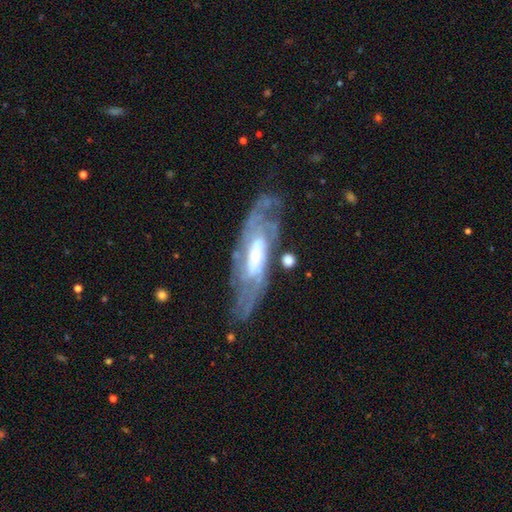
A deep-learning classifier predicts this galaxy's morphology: Smooth or featured: featured or disk — 83% (smooth — 11%)
Edge-on disk: no — 82% (yes — 18%)
Bar: no — 54% (weak — 31%)
Spiral arms: yes — 88% (no — 12%)
Spiral winding: tight — 59% (medium — 31%)
Spiral arm count: can't tell — 51% (2 — 21%)
Bulge size: small — 52% (moderate — 38%)
Merging: none — 67% (minor disturbance — 19%)